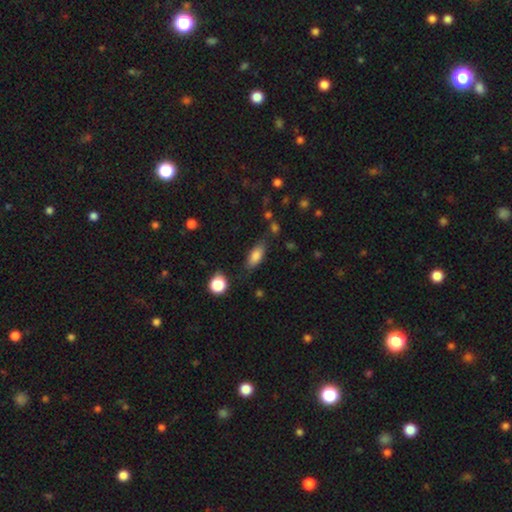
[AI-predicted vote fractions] smooth_or_featured: smooth (p=0.82) [alt: featured or disk p=0.10]
how_rounded: in between (p=0.82) [alt: cigar-shaped p=0.14]
merging: none (p=0.74) [alt: minor disturbance p=0.18]